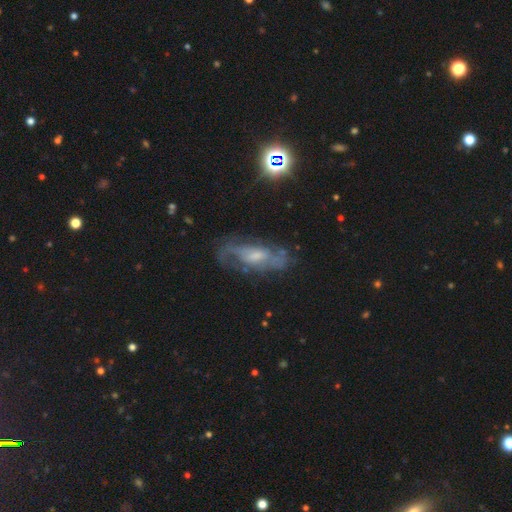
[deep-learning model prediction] Overall: featured or disk (75%). Edge-on disk: no (86%). Bar: no (48%; weak 41%). Spiral arms: yes (87%). Spiral arm count: 2 (55%; can't tell 30%). Spiral winding: medium (45%; tight 36%). Bulge size: small (45%; moderate 40%). Merging: none (72%).